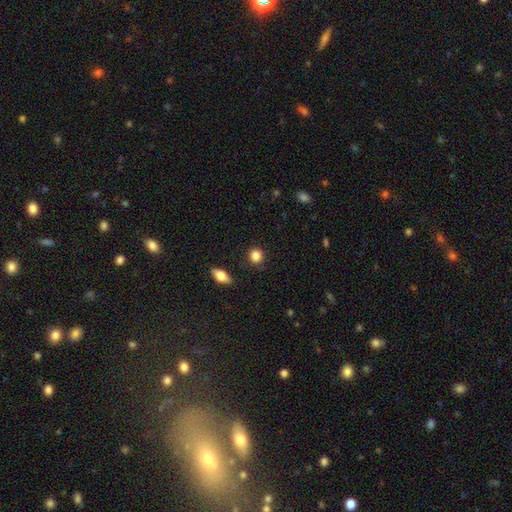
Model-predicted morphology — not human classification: A smooth galaxy with no disk features (86%) that is round (85%).

Vote fractions:
- Smooth or featured? smooth: 86% / star or artifact: 9% / featured or disk: 4%
- How rounded? round: 85% / in between: 14% / cigar-shaped: 1%
- Merging? none: 85% / minor disturbance: 11% / major disturbance: 3% / merger: 2%